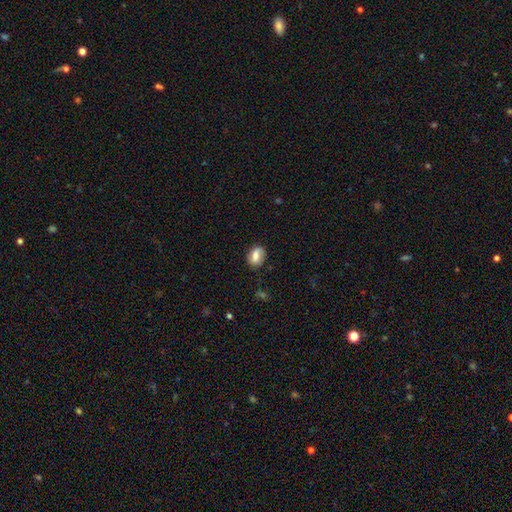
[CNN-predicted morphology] This is likely a smooth galaxy (68%). How rounded: likely in between (69%). Merging: likely none (74%).